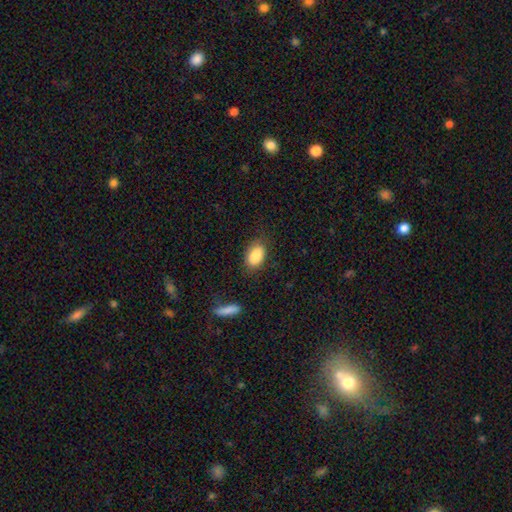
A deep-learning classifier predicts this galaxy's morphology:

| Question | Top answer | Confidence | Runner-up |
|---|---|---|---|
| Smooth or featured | smooth | 87% | star or artifact (7%) |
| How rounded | in between | 90% | round (8%) |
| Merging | none | 78% | minor disturbance (15%) |